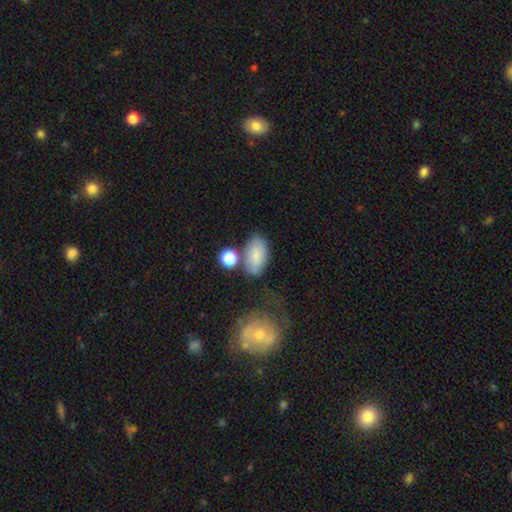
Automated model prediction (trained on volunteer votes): Q: Smooth or featured?
A: smooth (73%); runner-up: featured or disk (18%)
Q: How rounded?
A: in between (91%); runner-up: round (7%)
Q: Merging?
A: none (59%); runner-up: minor disturbance (20%)